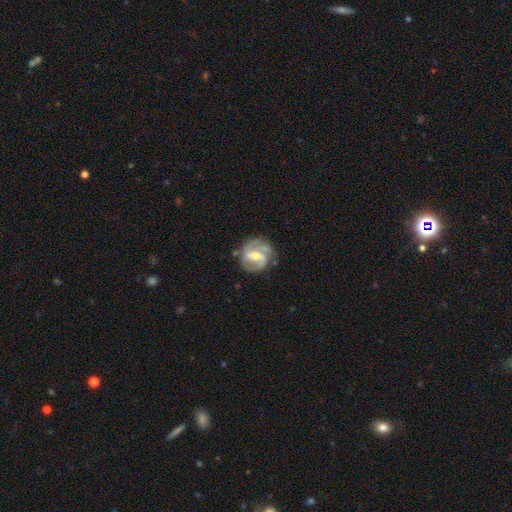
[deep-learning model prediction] Smooth or featured: featured or disk — 82% (smooth — 13%)
Edge-on disk: no — 98% (yes — 2%)
Bar: weak — 48% (strong — 32%)
Spiral arms: yes — 94% (no — 6%)
Spiral winding: medium — 49% (tight — 33%)
Spiral arm count: 2 — 67% (3 — 15%)
Bulge size: moderate — 54% (small — 40%)
Merging: none — 70% (minor disturbance — 20%)